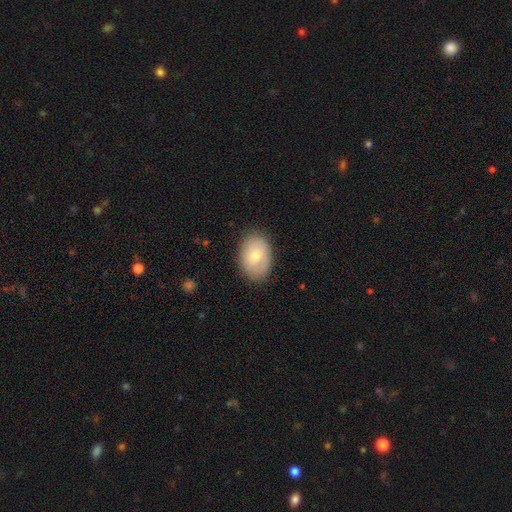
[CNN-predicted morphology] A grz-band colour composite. It shows a smooth galaxy with no disk features (66%) that is in between round and cigar-shaped (80%). Merging: none (85%).